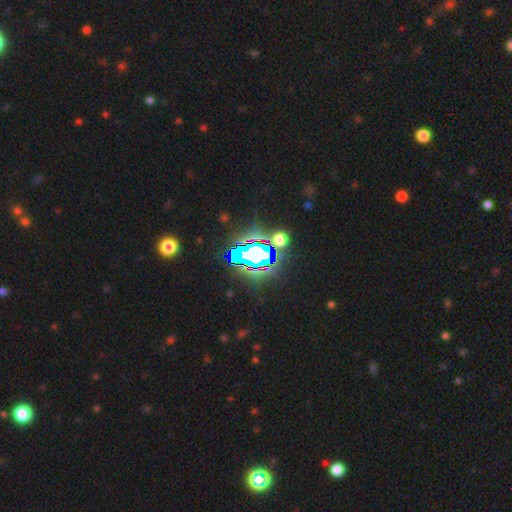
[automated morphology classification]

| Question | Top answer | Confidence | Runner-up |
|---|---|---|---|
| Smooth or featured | star or artifact | 73% | smooth (14%) |